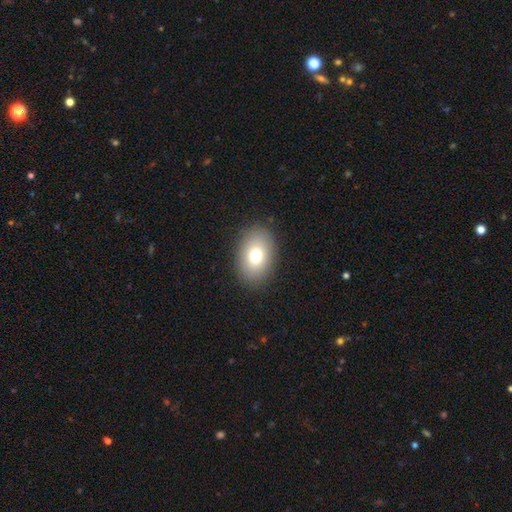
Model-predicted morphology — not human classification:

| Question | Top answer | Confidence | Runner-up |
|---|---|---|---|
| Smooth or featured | smooth | 78% | featured or disk (13%) |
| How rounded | in between | 84% | round (15%) |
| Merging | none | 88% | minor disturbance (9%) |